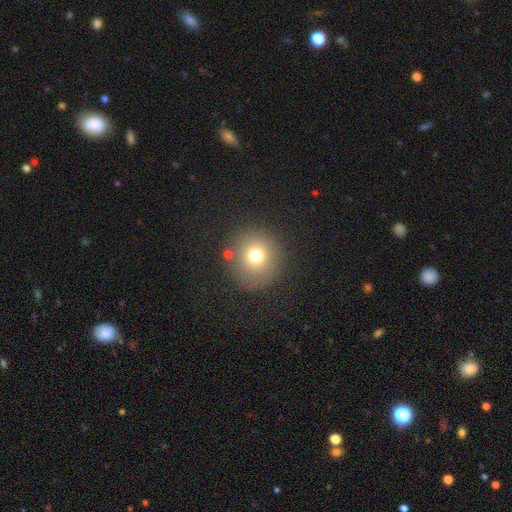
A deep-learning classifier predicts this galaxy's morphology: Overall: smooth (73%). How rounded: round (91%). Merging: none (83%).